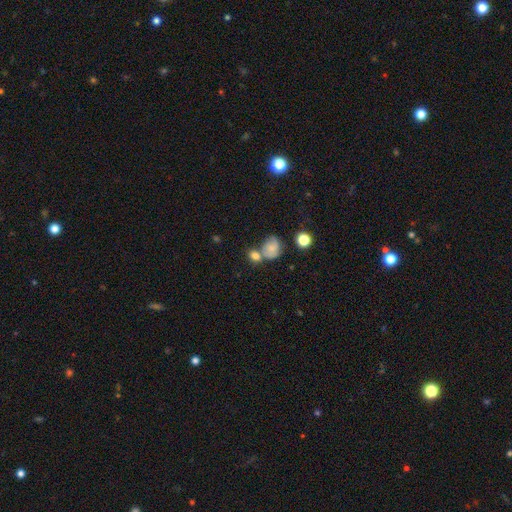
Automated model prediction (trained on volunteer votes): Morphology: type=smooth (48%); merging=none (50%).